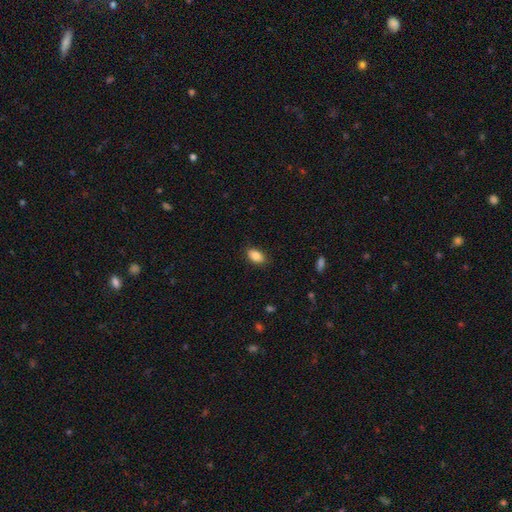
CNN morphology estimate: This is clearly a smooth galaxy (86%). How rounded: clearly in between (90%). Merging: clearly none (84%).